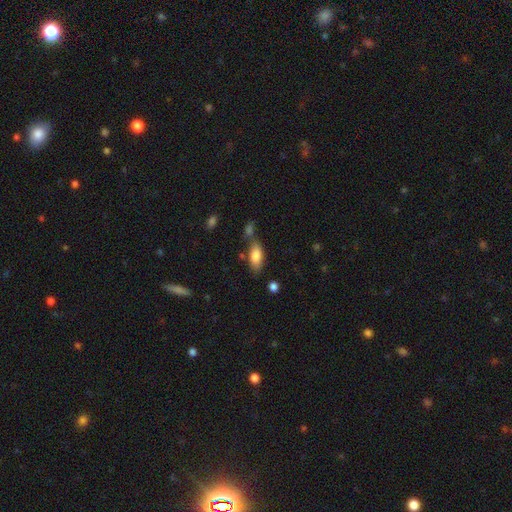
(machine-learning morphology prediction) A smooth galaxy with no disk features (80%) that is in between round and cigar-shaped (84%). Merging: none (60%).